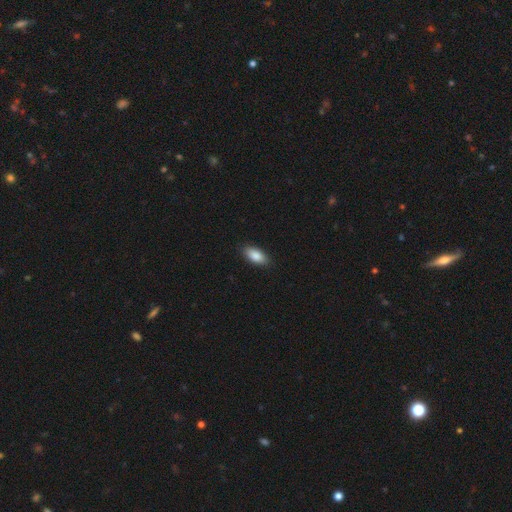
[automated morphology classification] type=smooth (86%); roundness=in between (91%); merging=none (88%).